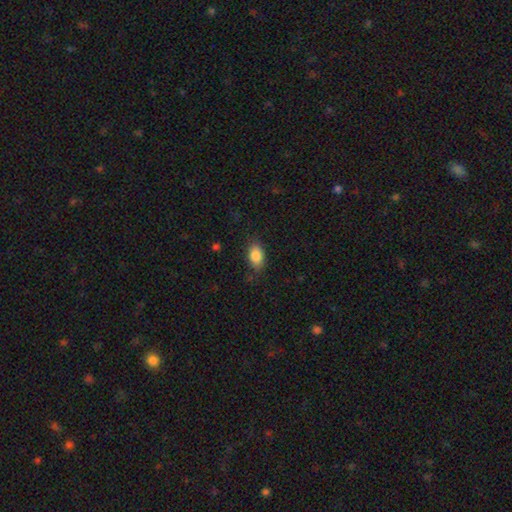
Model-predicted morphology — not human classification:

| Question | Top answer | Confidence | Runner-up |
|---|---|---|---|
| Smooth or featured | smooth | 85% | star or artifact (8%) |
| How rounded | in between | 89% | round (9%) |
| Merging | none | 81% | minor disturbance (15%) |